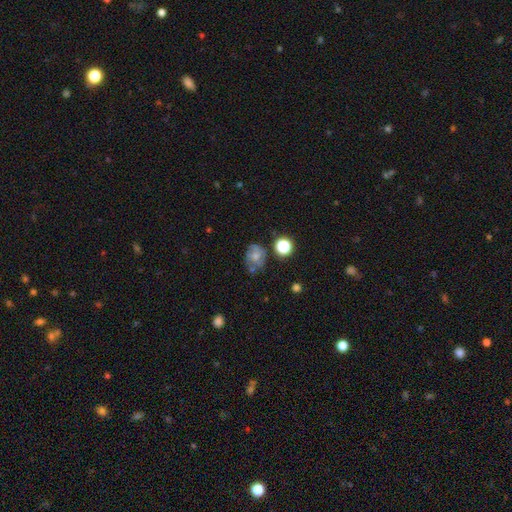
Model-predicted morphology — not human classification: smooth_or_featured: smooth (p=0.49) [alt: featured or disk p=0.36]
merging: none (p=0.50) [alt: minor disturbance p=0.26]